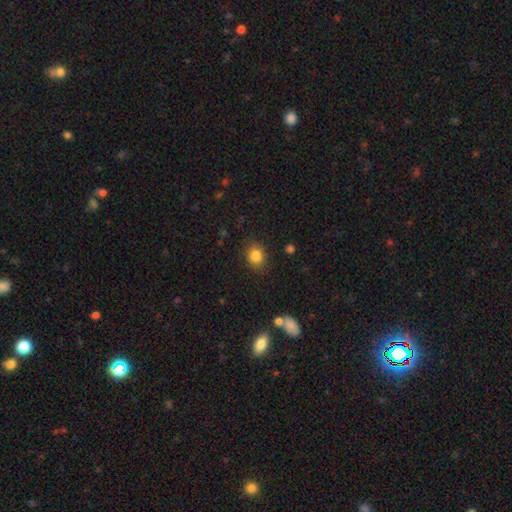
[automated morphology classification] Smooth or featured? Predicted: smooth (p=0.84). How rounded? Predicted: round (p=0.56). Merging? Predicted: none (p=0.85).